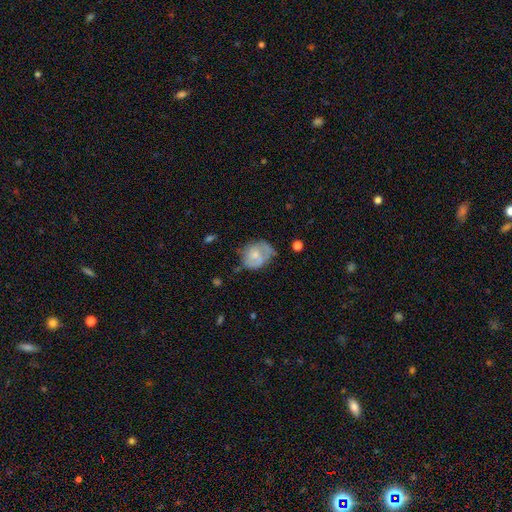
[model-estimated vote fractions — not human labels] This is possibly a smooth galaxy (47%). Merging: marginally none (41%).